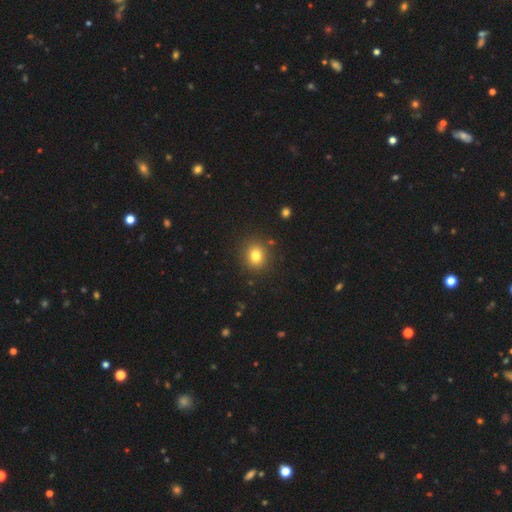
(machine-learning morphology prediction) smooth_or_featured: smooth (p=0.79) [alt: star or artifact p=0.13]
how_rounded: round (p=0.81) [alt: in between p=0.18]
merging: none (p=0.88) [alt: minor disturbance p=0.07]